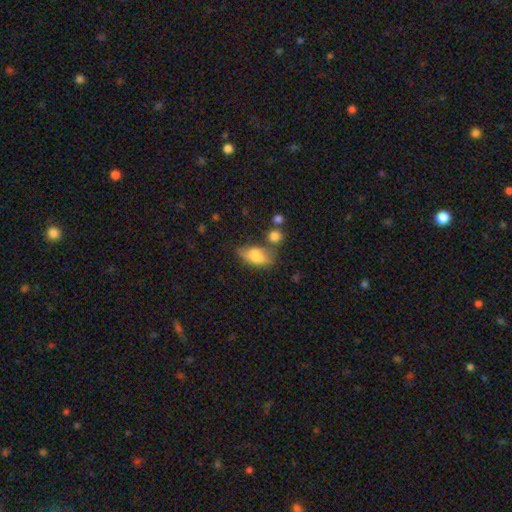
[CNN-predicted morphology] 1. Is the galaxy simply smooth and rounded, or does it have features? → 74% smooth, 18% featured or disk, 8% star or artifact.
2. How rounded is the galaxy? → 86% in between, 8% cigar-shaped, 6% round.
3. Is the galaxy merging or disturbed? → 49% none, 27% minor disturbance, 13% merger, 11% major disturbance.